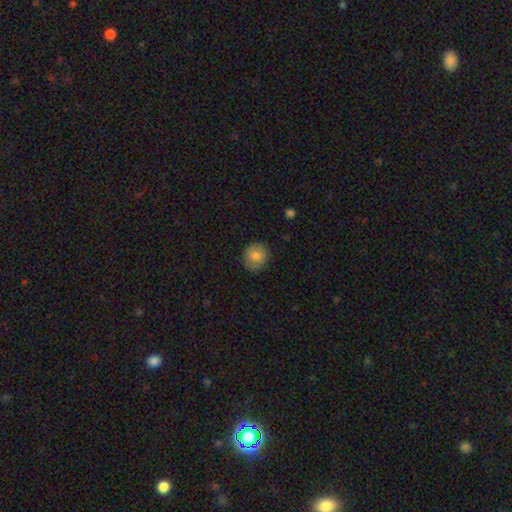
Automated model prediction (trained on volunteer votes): Smooth or featured: smooth — 82% (featured or disk — 10%)
How rounded: round — 85% (in between — 15%)
Merging: none — 86% (minor disturbance — 11%)